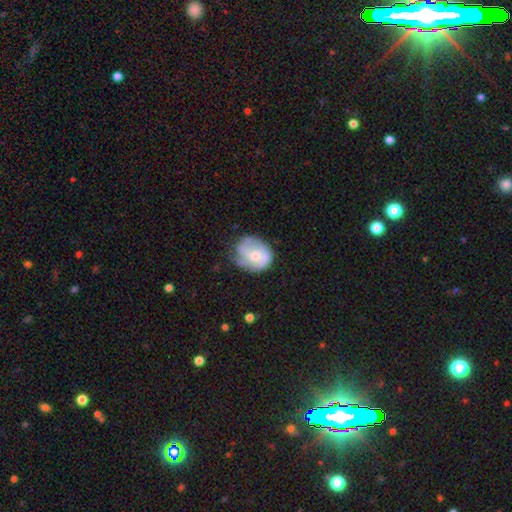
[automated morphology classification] Smooth or featured? Predicted: featured or disk (p=0.55). Edge-on disk? Predicted: no (p=0.97). Bar? Predicted: no (p=0.72). Spiral arms? Predicted: yes (p=0.75). Bulge size? Predicted: moderate (p=0.48). Merging? Predicted: none (p=0.54).